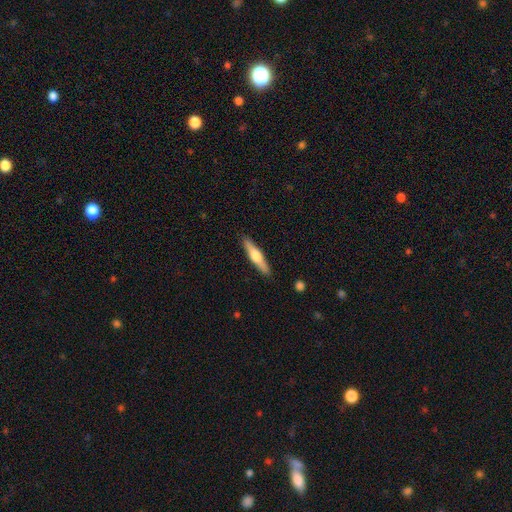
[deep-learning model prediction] featured or disk 53%, smooth 42%, star or artifact 5%. Down the decision tree: edge-on disk — yes (96%); edge-on bulge — rounded (91%); merging — none (90%).